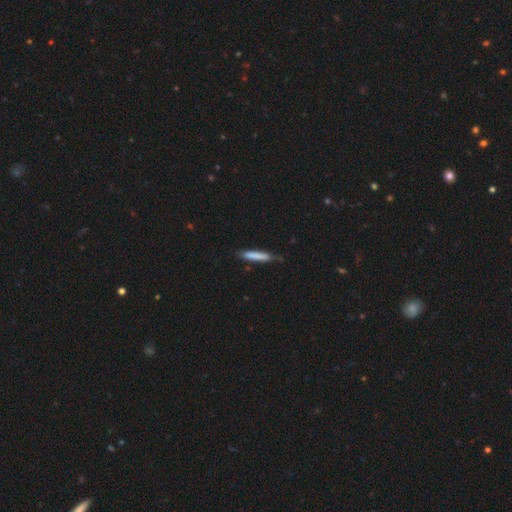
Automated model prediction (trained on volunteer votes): Smooth or featured?
  - smooth: 77% *
  - featured or disk: 17%
  - star or artifact: 5%
How rounded?
  - cigar-shaped: 93% *
  - in between: 6%
  - round: 1%
Merging?
  - none: 77% *
  - minor disturbance: 19%
  - major disturbance: 3%
  - merger: 2%